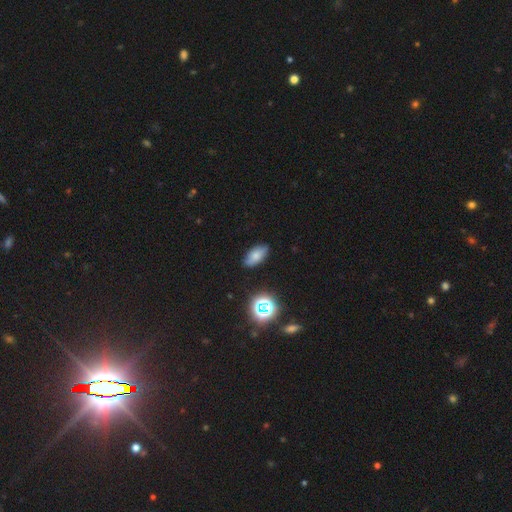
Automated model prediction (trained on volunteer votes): smooth_or_featured: smooth (p=0.71) [alt: featured or disk p=0.16]
how_rounded: in between (p=0.89) [alt: cigar-shaped p=0.06]
merging: none (p=0.82) [alt: minor disturbance p=0.13]